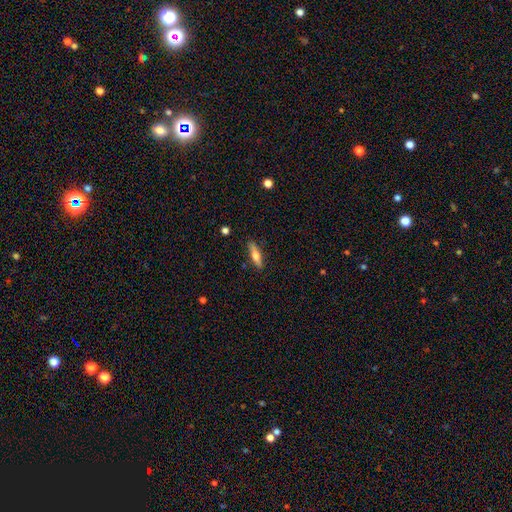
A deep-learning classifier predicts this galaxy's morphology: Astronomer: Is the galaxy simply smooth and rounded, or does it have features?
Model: smooth — 59%.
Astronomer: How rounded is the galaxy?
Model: cigar-shaped — 68%.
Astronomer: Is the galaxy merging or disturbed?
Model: none — 83%.